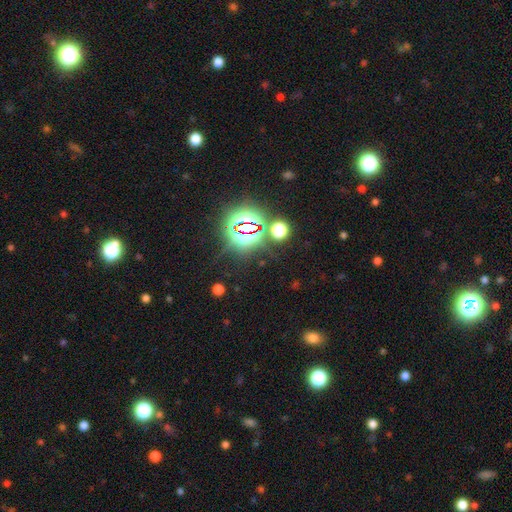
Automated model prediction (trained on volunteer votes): Smooth or featured?
  - star or artifact: 80% *
  - smooth: 13%
  - featured or disk: 7%